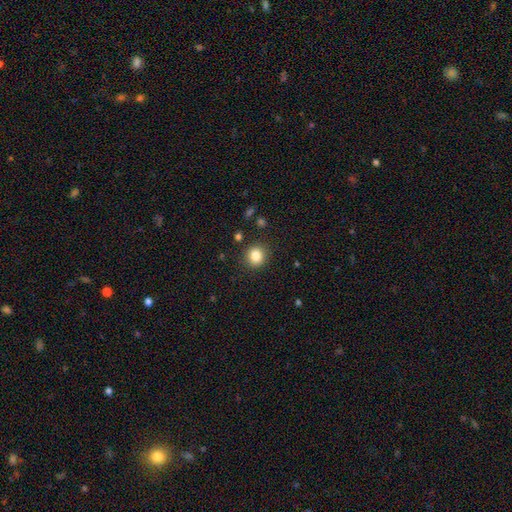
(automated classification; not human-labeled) smooth-or-featured: smooth: 83% | star or artifact: 11% | featured or disk: 6%
  how-rounded: round: 87% | in between: 12% | cigar-shaped: 1%
  merging: none: 89% | minor disturbance: 7% | major disturbance: 2% | merger: 2%